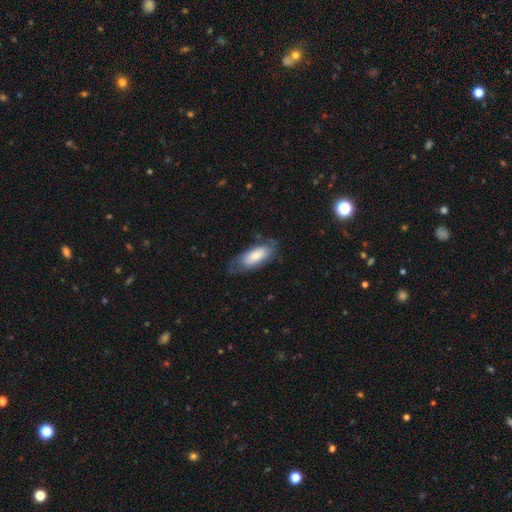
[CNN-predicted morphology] This appears to be a smooth galaxy with no disk features (70%) that is in between round and cigar-shaped (79%). Merging: none (63%).